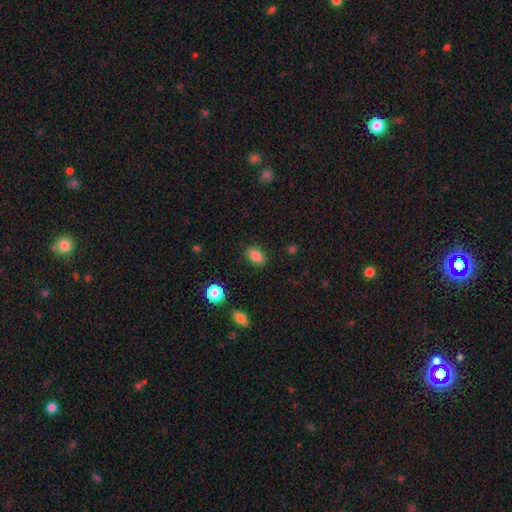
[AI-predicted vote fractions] Smooth or featured?
  - smooth: 86% *
  - star or artifact: 10%
  - featured or disk: 4%
How rounded?
  - in between: 87% *
  - round: 11%
  - cigar-shaped: 3%
Merging?
  - none: 86% *
  - minor disturbance: 10%
  - major disturbance: 3%
  - merger: 2%